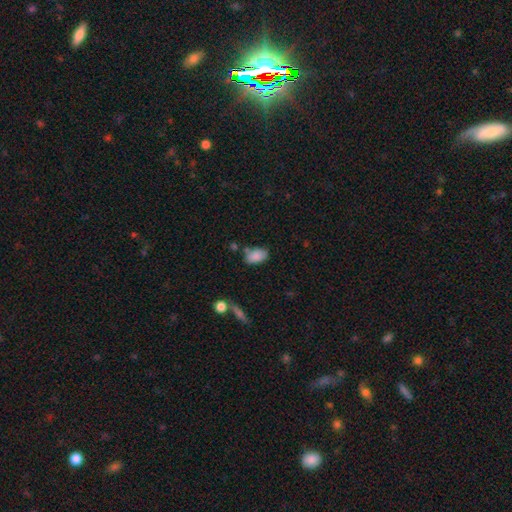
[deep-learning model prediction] This appears to be a smooth galaxy with no disk features (84%) that is in between round and cigar-shaped (92%). Merging: none (63%).